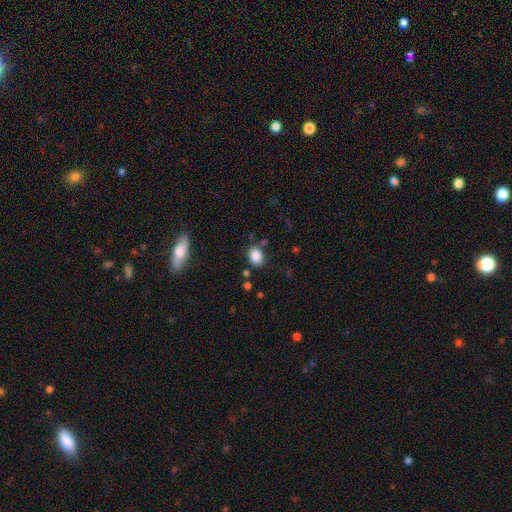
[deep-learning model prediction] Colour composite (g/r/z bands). It shows a smooth galaxy with no disk features (86%) that is in between round and cigar-shaped (61%). Merging: none (79%).